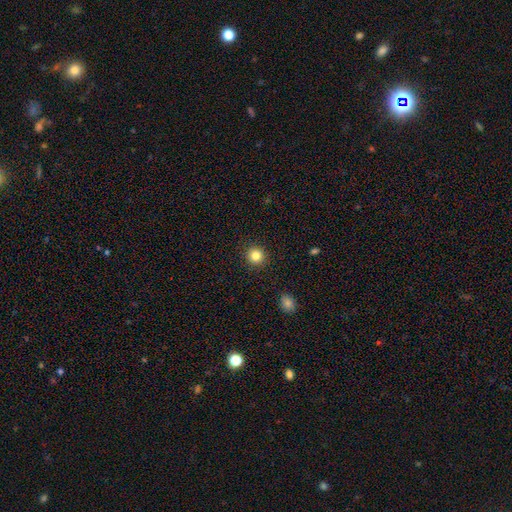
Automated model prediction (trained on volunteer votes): A smooth galaxy with no disk features (83%) that is round (92%). Merging: none (92%).